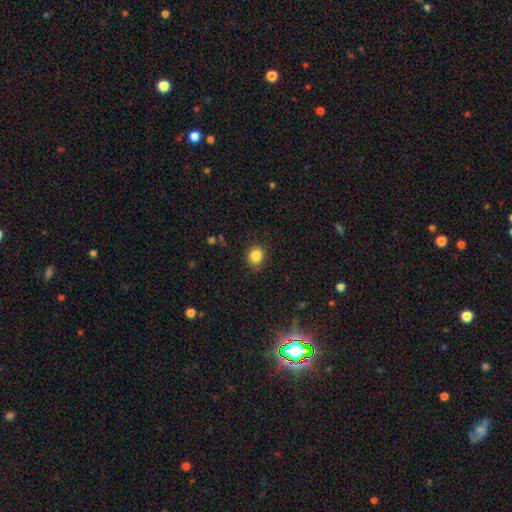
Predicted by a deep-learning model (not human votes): This is clearly a smooth galaxy (85%). How rounded: likely round (77%). Merging: clearly none (85%).